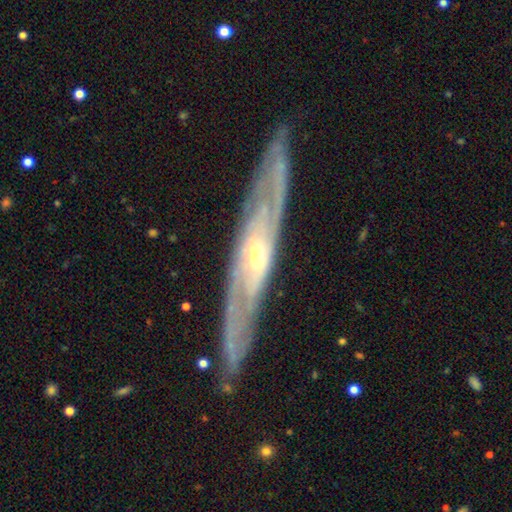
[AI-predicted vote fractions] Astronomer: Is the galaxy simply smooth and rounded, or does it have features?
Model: featured or disk — 84%.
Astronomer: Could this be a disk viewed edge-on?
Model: no — 51% (runner-up: yes, 49%).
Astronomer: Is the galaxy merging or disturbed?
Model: none — 79%.